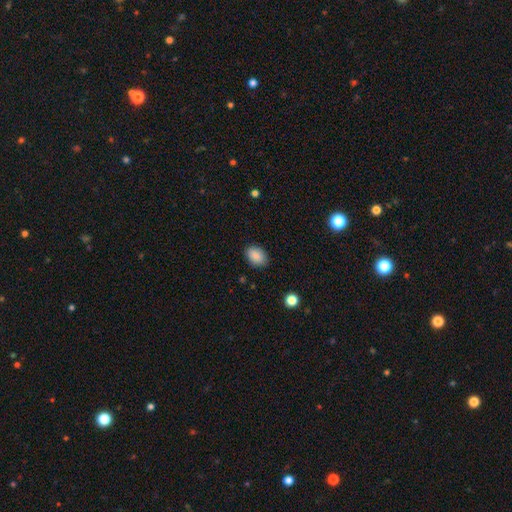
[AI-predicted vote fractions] A smooth galaxy with no disk features (88%) that is in between round and cigar-shaped (80%). Merging: none (85%).